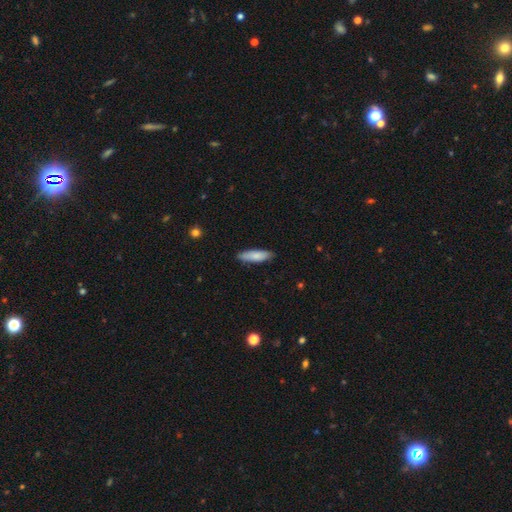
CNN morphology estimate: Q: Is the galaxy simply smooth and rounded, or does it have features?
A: smooth — 81%.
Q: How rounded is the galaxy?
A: cigar-shaped — 56%.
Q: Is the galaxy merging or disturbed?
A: none — 83%.